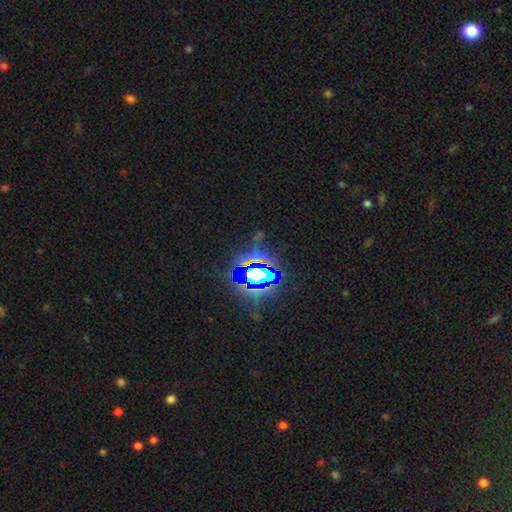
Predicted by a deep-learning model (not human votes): Smooth or featured? Predicted: star or artifact (p=0.74).